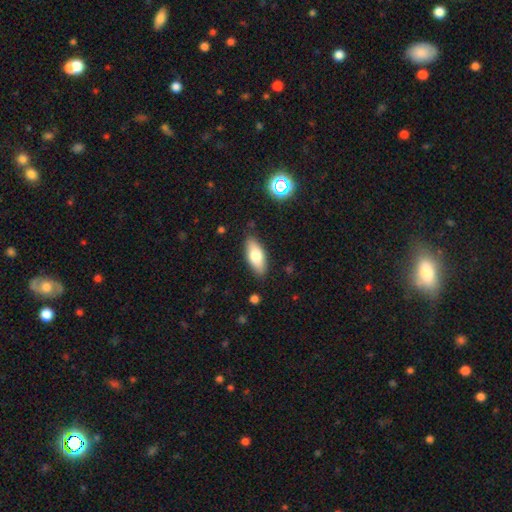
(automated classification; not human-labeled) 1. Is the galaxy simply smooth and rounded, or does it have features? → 71% smooth, 22% featured or disk, 7% star or artifact.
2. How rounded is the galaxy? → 78% in between, 20% cigar-shaped, 3% round.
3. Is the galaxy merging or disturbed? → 86% none, 10% minor disturbance, 2% major disturbance, 2% merger.